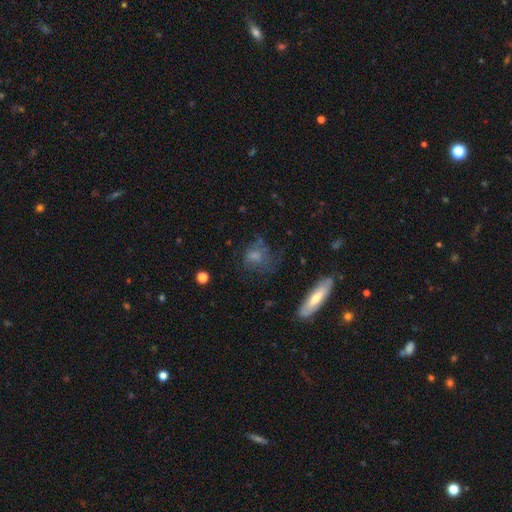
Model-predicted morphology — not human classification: Smooth or featured: smooth — 60% (featured or disk — 26%)
How rounded: round — 50% (in between — 46%)
Merging: none — 48% (major disturbance — 24%)